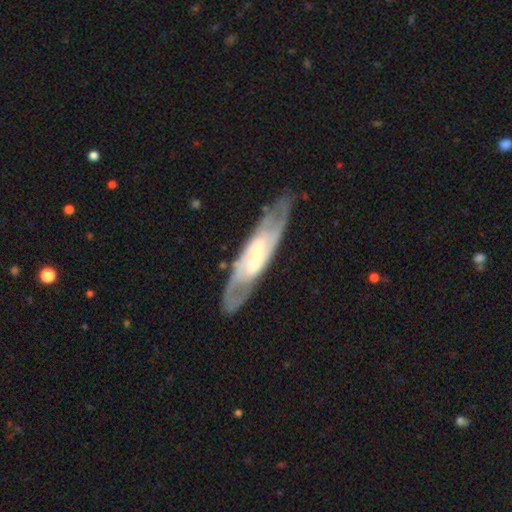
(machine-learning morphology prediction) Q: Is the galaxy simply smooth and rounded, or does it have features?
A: featured or disk — 78%.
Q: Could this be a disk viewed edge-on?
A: no — 73%.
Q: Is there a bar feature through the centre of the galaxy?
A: weak — 39%.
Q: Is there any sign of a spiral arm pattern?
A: yes — 88%.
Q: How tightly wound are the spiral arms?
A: medium — 44%.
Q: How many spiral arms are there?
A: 2 — 69%.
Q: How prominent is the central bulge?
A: small — 45%.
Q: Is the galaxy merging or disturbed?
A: none — 77%.